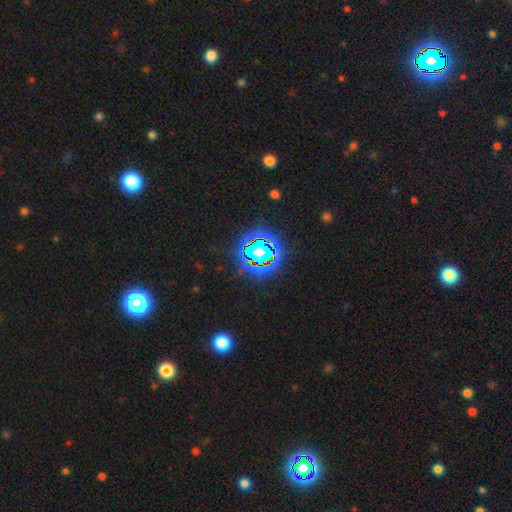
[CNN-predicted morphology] A star or artifact, not a galaxy (80%).